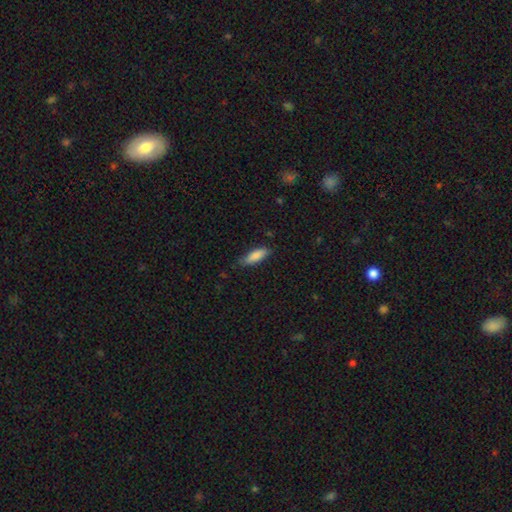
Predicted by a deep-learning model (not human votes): Q: Smooth or featured?
A: smooth (86%); runner-up: featured or disk (8%)
Q: How rounded?
A: in between (58%); runner-up: cigar-shaped (40%)
Q: Merging?
A: none (79%); runner-up: minor disturbance (17%)